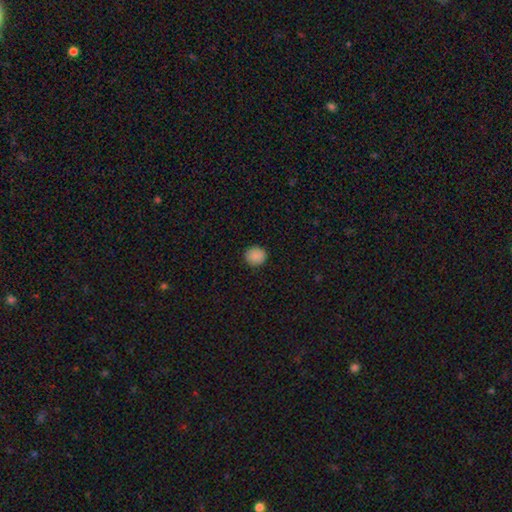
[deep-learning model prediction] This is clearly a smooth galaxy (88%). How rounded: clearly round (90%). Merging: clearly none (91%).